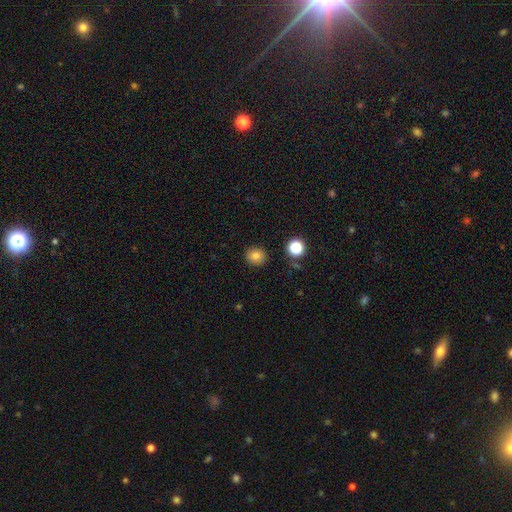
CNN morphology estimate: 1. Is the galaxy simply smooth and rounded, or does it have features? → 80% smooth, 13% star or artifact, 7% featured or disk.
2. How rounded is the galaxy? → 89% round, 10% in between, 1% cigar-shaped.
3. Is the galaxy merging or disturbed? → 90% none, 6% minor disturbance, 2% major disturbance, 2% merger.